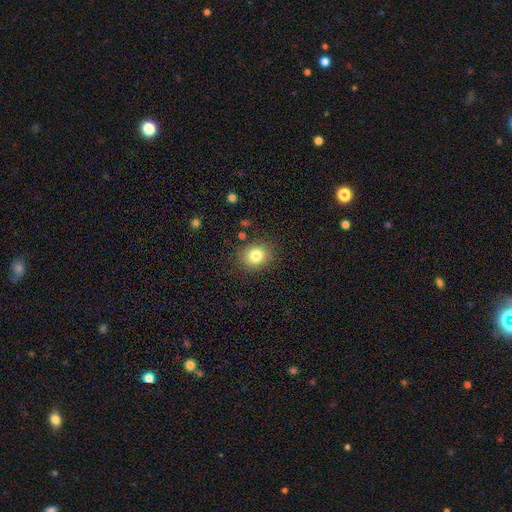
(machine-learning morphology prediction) The model was most divided on "how rounded": round: 67%, in between: 32%, cigar-shaped: 1%. More confident: merging — none (85%); smooth or featured — smooth (81%).